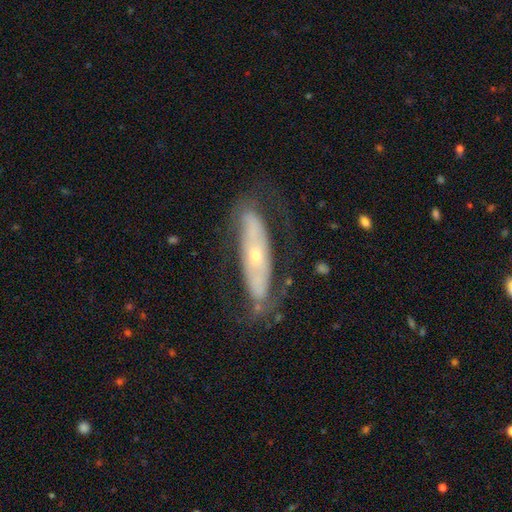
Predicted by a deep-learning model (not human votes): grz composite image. It shows a featured or disk galaxy (68%). Merging: none (67%).